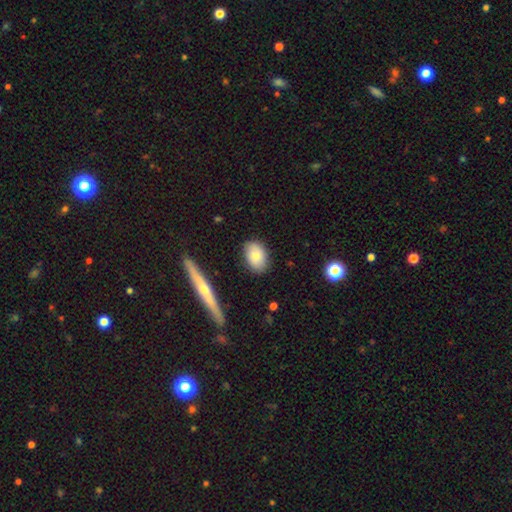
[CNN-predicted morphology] Smooth or featured? Predicted: smooth (p=0.75). How rounded? Predicted: in between (p=0.77). Merging? Predicted: none (p=0.84).